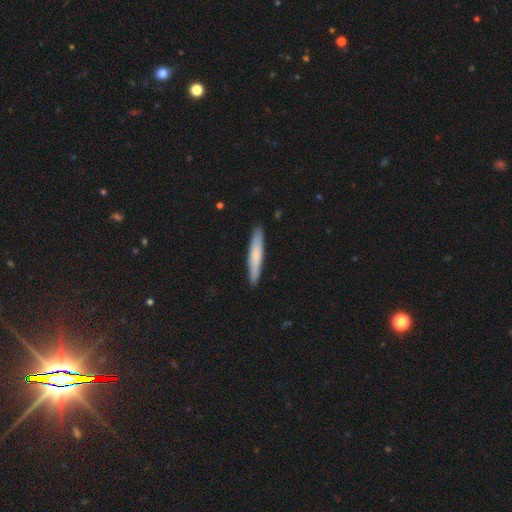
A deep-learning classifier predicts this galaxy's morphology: This is likely a smooth galaxy (71%). How rounded: clearly cigar-shaped (93%). Merging: clearly none (91%).